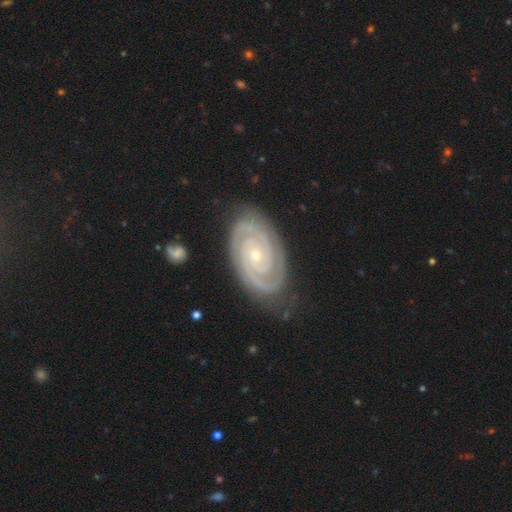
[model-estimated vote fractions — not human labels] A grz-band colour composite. It shows a featured or disk galaxy (93%) with no bar (75%), 2 (81%) tight (84%) spiral arms (98%) and a small central bulge (71%). Merging: none (82%).